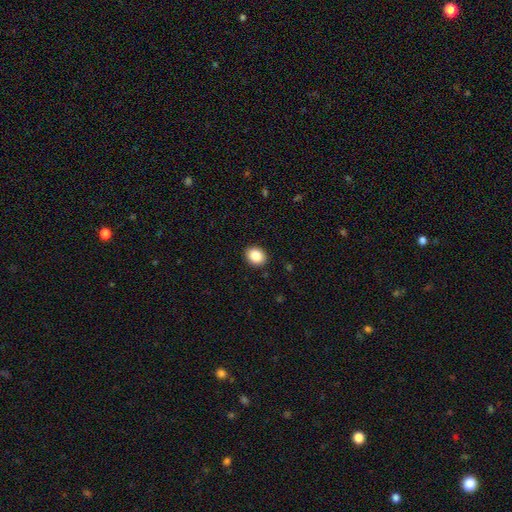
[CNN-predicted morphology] Q: Smooth or featured?
A: smooth (88%); runner-up: star or artifact (8%)
Q: How rounded?
A: round (50%); tied with: in between (50%)
Q: Merging?
A: none (90%); runner-up: minor disturbance (7%)